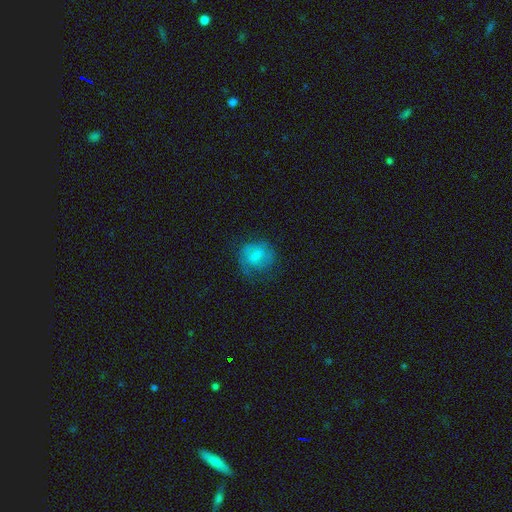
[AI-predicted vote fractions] Overall: smooth (59%; featured or disk 32%). How rounded: round (70%). Merging: none (51%; minor disturbance 26%).